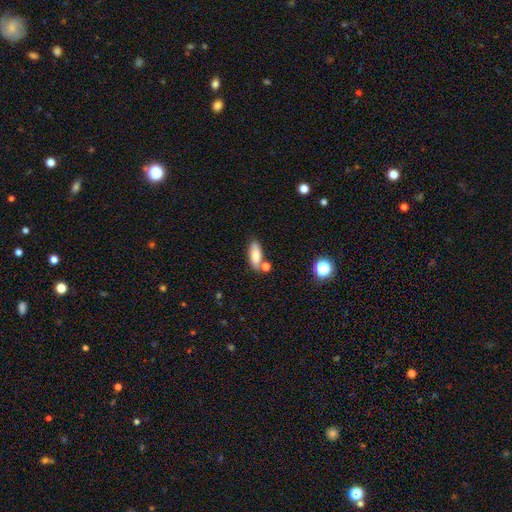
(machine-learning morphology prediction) A smooth galaxy with no disk features (77%) that is in between round and cigar-shaped (73%).

Vote fractions:
- Smooth or featured? smooth: 77% / featured or disk: 15% / star or artifact: 8%
- How rounded? in between: 73% / cigar-shaped: 24% / round: 3%
- Merging? none: 68% / minor disturbance: 15% / merger: 13% / major disturbance: 4%